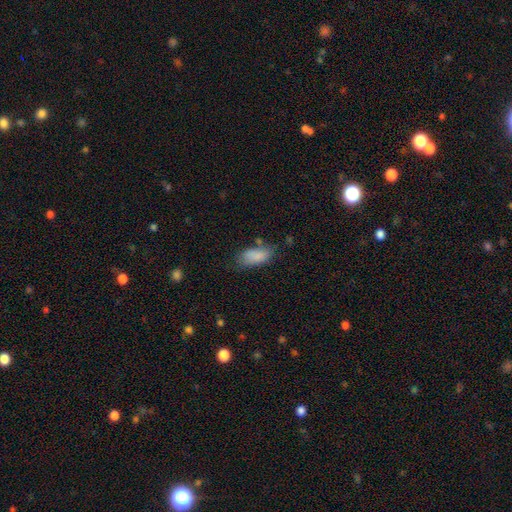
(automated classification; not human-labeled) Overall: smooth (85%). How rounded: in between (87%). Merging: none (61%; minor disturbance 25%).